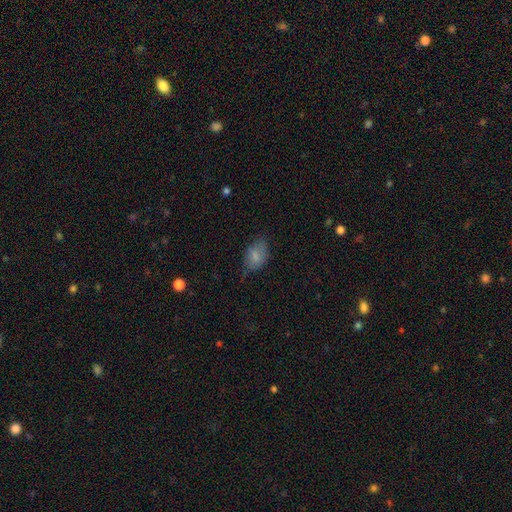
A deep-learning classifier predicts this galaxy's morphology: Smooth or featured? smooth (77%)
How rounded? in between (88%)
Merging? none (57%)